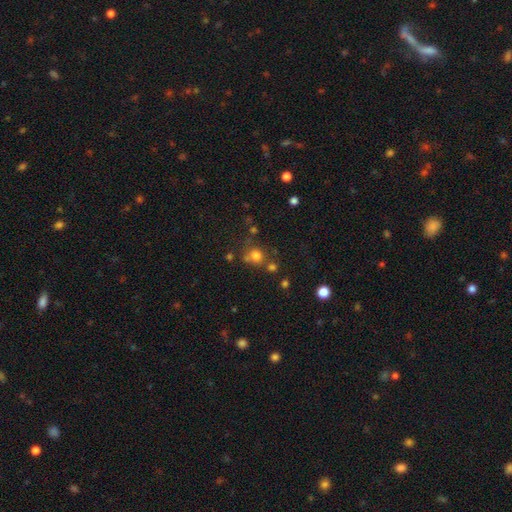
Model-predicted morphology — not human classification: smooth 74%, star or artifact 18%, featured or disk 9%. Down the decision tree: how rounded — round (83%); merging — none (60%).